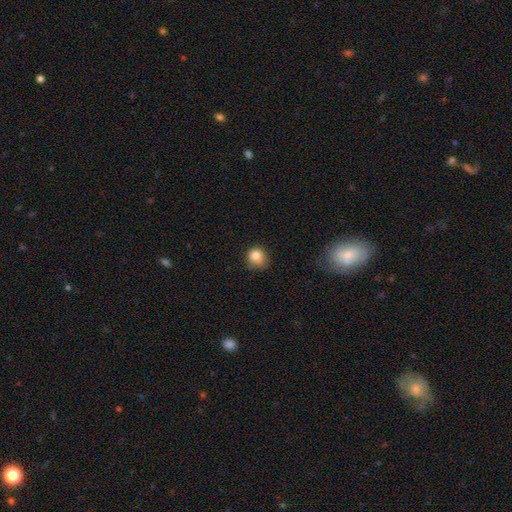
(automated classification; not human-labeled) Smooth or featured? Predicted: smooth (p=0.81). How rounded? Predicted: round (p=0.81). Merging? Predicted: none (p=0.54).